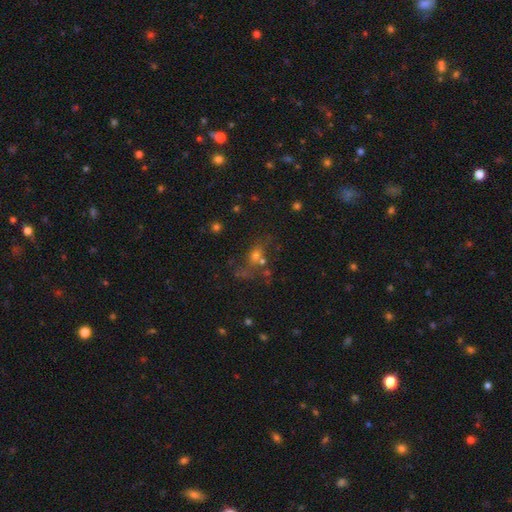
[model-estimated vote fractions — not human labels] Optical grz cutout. It shows a smooth galaxy with no disk features (51%) that is in between round and cigar-shaped (52%). Merging: none (42%).